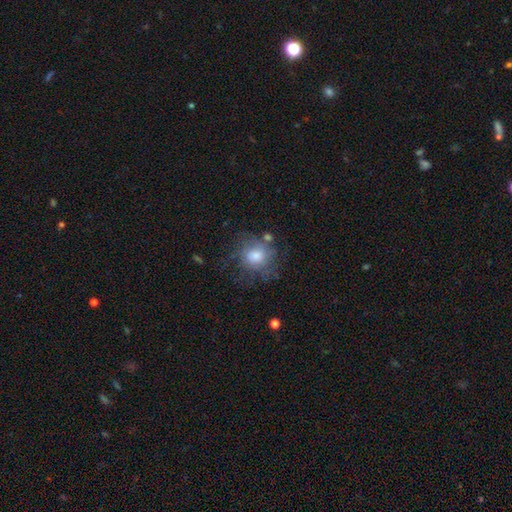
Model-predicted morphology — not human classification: Smooth or featured: smooth — 55% (featured or disk — 33%)
How rounded: round — 80% (in between — 19%)
Merging: none — 60% (minor disturbance — 20%)